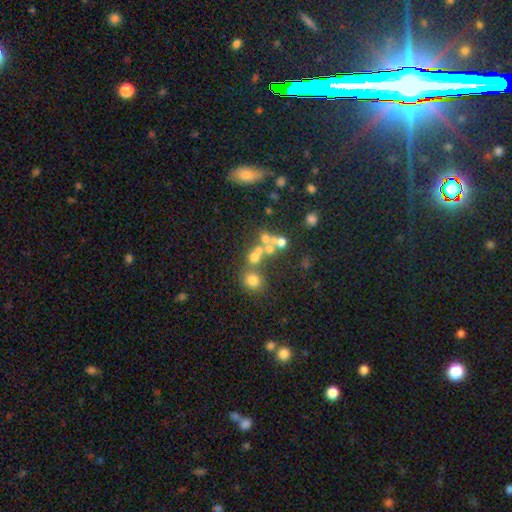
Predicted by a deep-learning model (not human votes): smooth 55%, star or artifact 24%, featured or disk 21%. Down the decision tree: how rounded — round (77%); merging — none (47%).